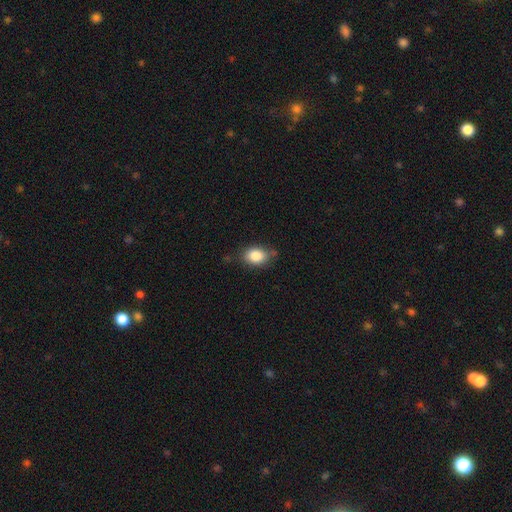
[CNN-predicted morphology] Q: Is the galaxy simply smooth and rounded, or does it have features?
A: smooth — 85%.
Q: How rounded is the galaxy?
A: in between — 73%.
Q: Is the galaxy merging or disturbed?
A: none — 70%.